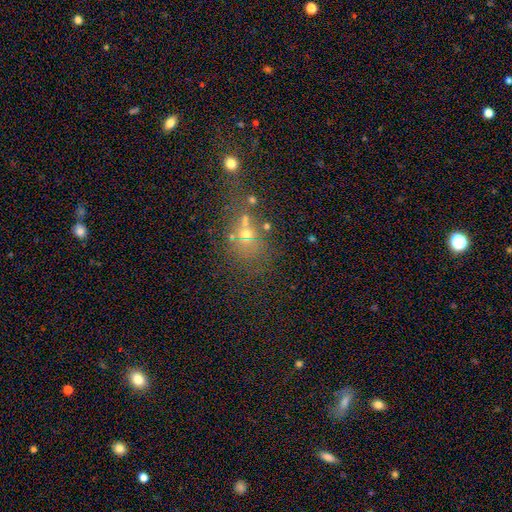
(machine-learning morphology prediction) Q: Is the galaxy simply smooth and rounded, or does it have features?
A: smooth — 46%.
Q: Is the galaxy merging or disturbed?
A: none — 48%.